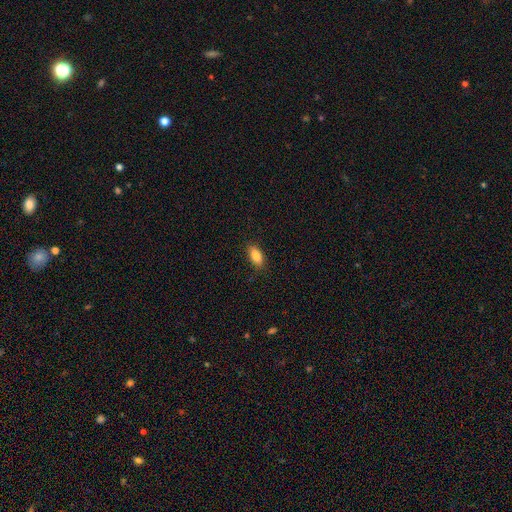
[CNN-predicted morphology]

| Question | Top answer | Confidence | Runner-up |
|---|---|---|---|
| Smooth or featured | smooth | 85% | star or artifact (8%) |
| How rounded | in between | 88% | cigar-shaped (8%) |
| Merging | none | 87% | minor disturbance (10%) |